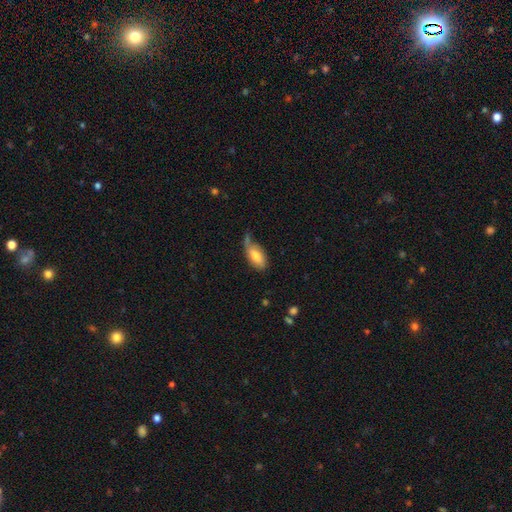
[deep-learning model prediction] A smooth galaxy with no disk features (72%) that is in between round and cigar-shaped (90%). Merging: none (39%).